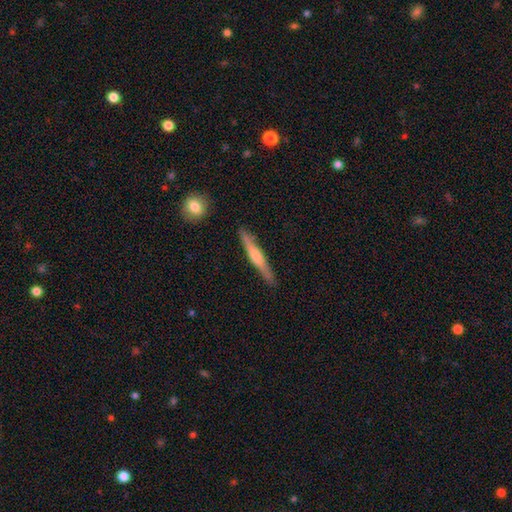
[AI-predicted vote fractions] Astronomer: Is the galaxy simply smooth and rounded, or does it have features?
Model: featured or disk — 53% (runner-up: smooth, 41%).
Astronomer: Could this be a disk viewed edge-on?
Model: yes — 96%.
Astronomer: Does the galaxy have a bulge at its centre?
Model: rounded — 58%.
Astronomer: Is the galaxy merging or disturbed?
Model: none — 88%.